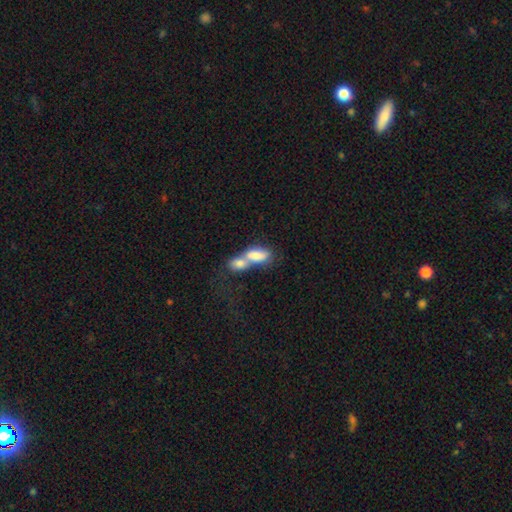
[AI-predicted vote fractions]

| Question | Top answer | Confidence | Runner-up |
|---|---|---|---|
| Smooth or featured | smooth | 75% | featured or disk (18%) |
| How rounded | in between | 80% | cigar-shaped (14%) |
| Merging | merger | 75% | none (14%) |